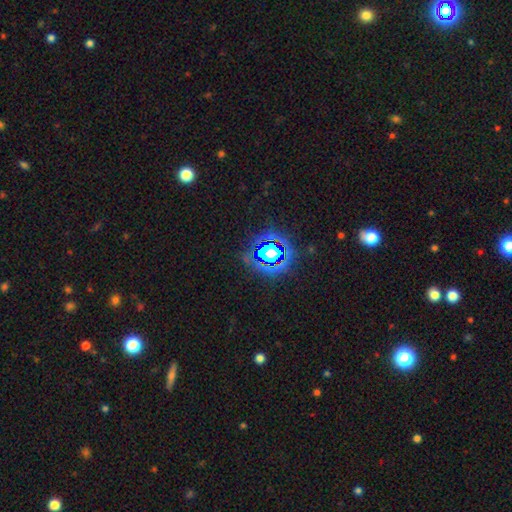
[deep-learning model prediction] Q: Smooth or featured?
A: star or artifact (82%); runner-up: smooth (11%)